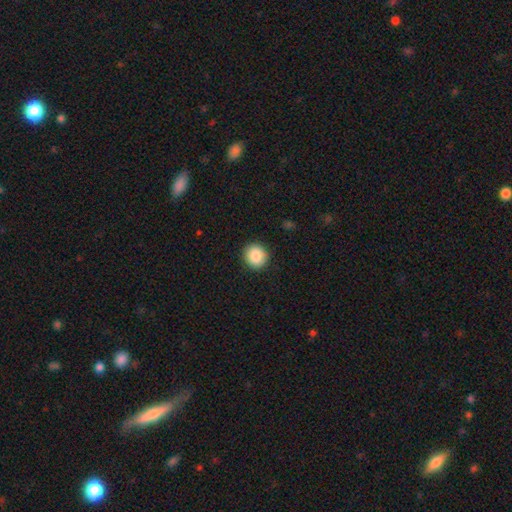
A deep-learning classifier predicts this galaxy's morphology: Q: Smooth or featured?
A: smooth (88%); runner-up: star or artifact (8%)
Q: How rounded?
A: round (88%); runner-up: in between (11%)
Q: Merging?
A: none (91%); runner-up: minor disturbance (6%)